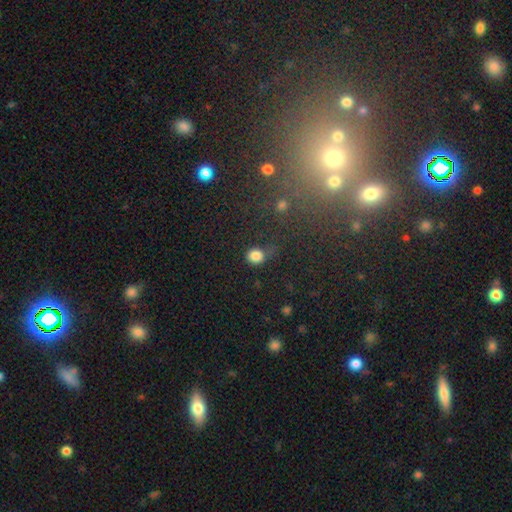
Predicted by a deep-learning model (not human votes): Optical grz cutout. It shows a smooth galaxy with no disk features (83%) that is round (81%). Merging: none (63%).